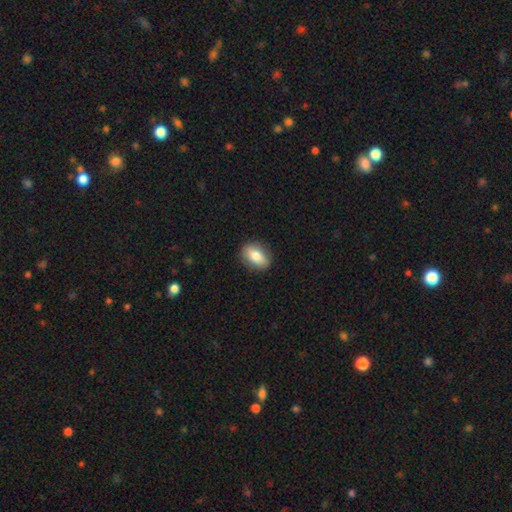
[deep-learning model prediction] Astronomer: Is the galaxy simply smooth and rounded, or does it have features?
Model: smooth — 77%.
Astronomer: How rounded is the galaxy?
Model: in between — 82%.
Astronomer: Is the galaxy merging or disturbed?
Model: none — 88%.